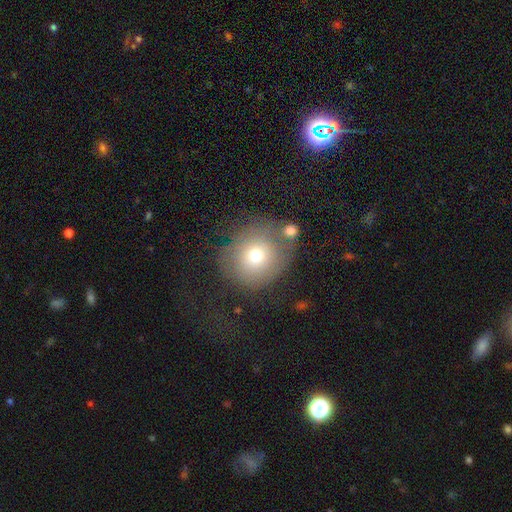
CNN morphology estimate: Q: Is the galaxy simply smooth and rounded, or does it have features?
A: smooth — 70%.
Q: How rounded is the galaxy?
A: round — 79%.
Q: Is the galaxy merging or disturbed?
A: none — 53%.